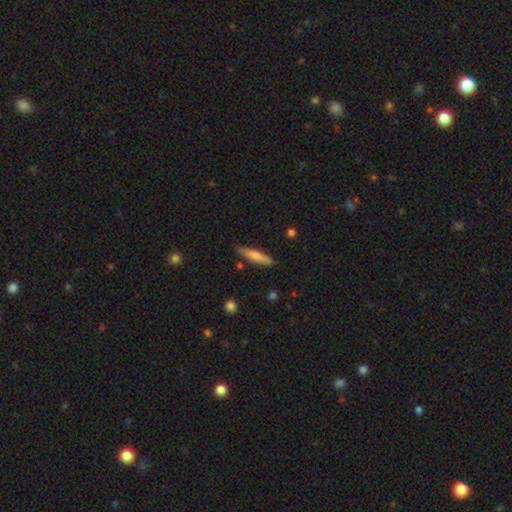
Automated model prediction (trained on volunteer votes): A smooth galaxy with no disk features (65%) that is cigar-shaped (87%).

Vote fractions:
- Smooth or featured? smooth: 65% / featured or disk: 29% / star or artifact: 6%
- How rounded? cigar-shaped: 87% / in between: 11% / round: 2%
- Merging? none: 86% / minor disturbance: 10% / merger: 2% / major disturbance: 2%